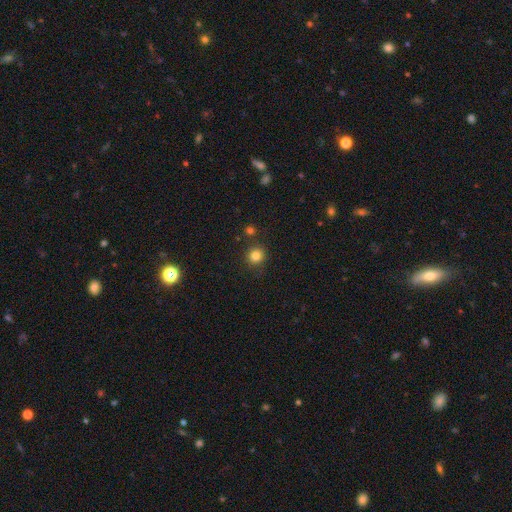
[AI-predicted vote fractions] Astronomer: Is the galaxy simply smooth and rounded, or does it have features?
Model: smooth — 82%.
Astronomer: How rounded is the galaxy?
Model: round — 91%.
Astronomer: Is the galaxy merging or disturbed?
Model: none — 85%.